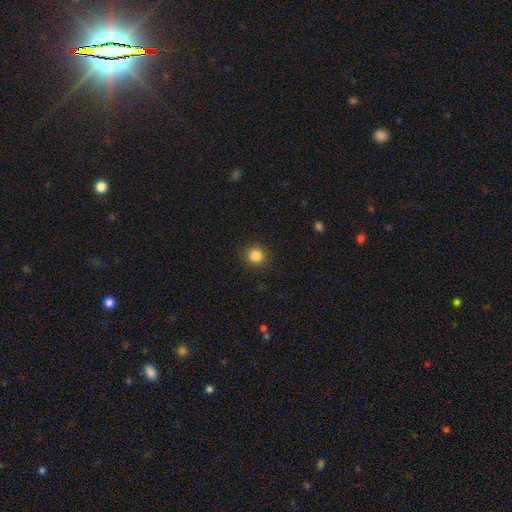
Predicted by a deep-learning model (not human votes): This appears to be a smooth galaxy with no disk features (85%) that is round (85%). Merging: none (89%).